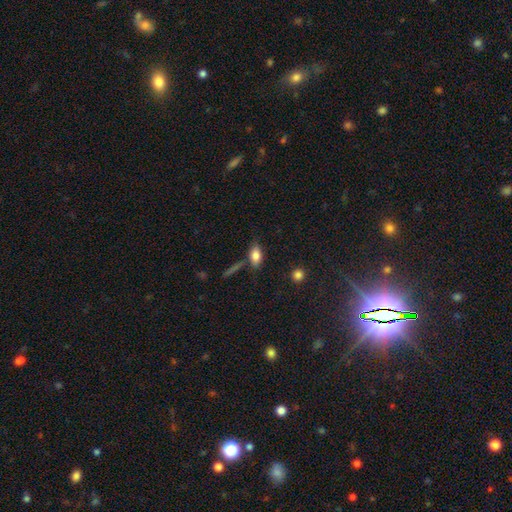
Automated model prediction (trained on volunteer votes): This is likely a smooth galaxy (79%). How rounded: clearly in between (85%). Merging: likely none (67%).